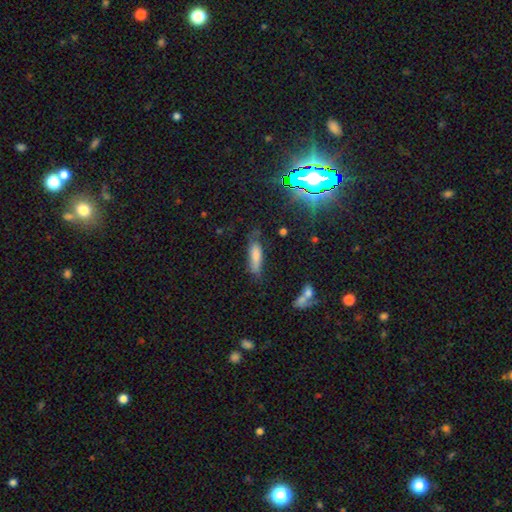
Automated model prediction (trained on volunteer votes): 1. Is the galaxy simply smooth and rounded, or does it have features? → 75% smooth, 16% featured or disk, 10% star or artifact.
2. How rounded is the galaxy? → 55% cigar-shaped, 43% in between, 2% round.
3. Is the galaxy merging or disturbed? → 55% none, 30% minor disturbance, 11% major disturbance, 4% merger.